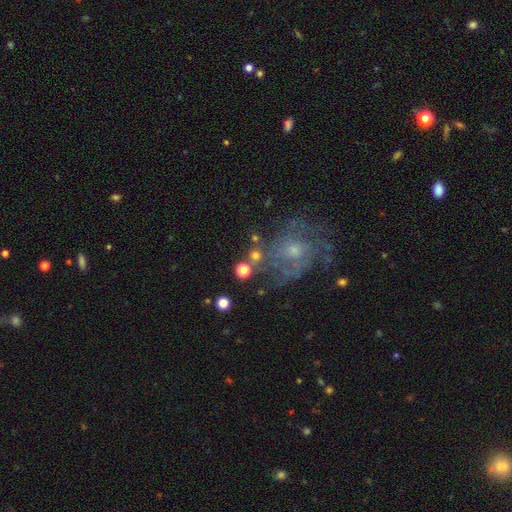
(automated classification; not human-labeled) Q: Smooth or featured?
A: smooth (55%); runner-up: featured or disk (30%)
Q: How rounded?
A: round (84%); runner-up: in between (14%)
Q: Merging?
A: none (65%); runner-up: minor disturbance (13%)